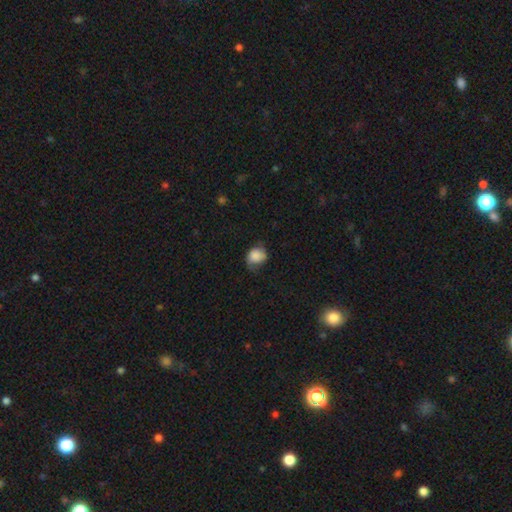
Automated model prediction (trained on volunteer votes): A smooth galaxy with no disk features (78%) that is round (63%).

Vote fractions:
- Smooth or featured? smooth: 78% / featured or disk: 14% / star or artifact: 8%
- How rounded? round: 63% / in between: 37% / cigar-shaped: 1%
- Merging? none: 49% / minor disturbance: 34% / major disturbance: 15% / merger: 2%